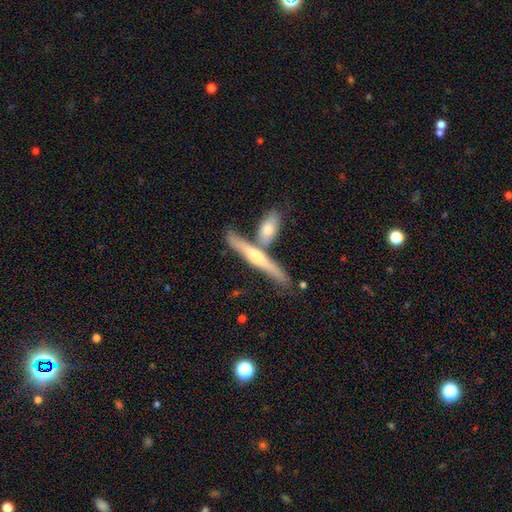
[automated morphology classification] smooth_or_featured: featured or disk (p=0.56) [alt: smooth p=0.39]
disk_edge_on: yes (p=0.92) [alt: no p=0.08]
edge_on_bulge: rounded (p=0.64) [alt: none p=0.23]
merging: none (p=0.58) [alt: merger p=0.27]